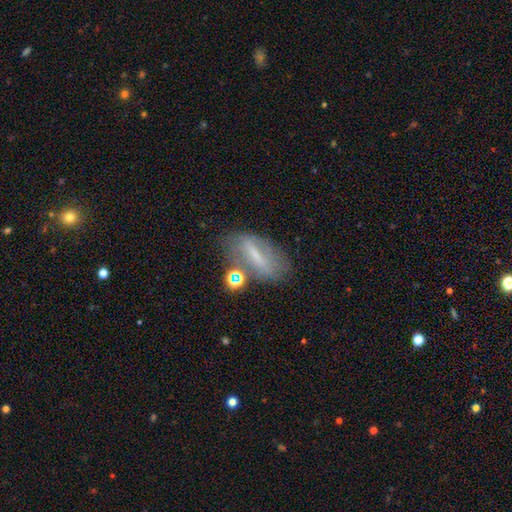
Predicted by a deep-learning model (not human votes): The model was most divided on "smooth or featured": featured or disk: 47%, smooth: 40%, star or artifact: 12%. More confident: merging — none (53%).